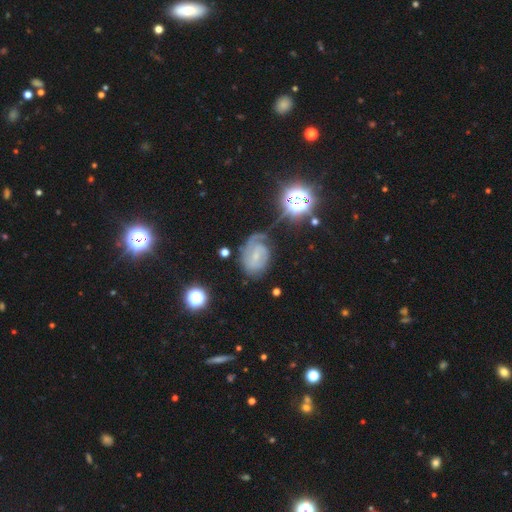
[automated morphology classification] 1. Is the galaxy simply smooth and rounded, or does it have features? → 72% featured or disk, 16% smooth, 12% star or artifact.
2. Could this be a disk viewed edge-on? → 97% no, 3% yes.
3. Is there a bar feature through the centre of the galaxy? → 51% weak, 34% no, 15% strong.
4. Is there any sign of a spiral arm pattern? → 91% yes, 9% no.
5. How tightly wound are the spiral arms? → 52% tight, 36% medium, 12% loose.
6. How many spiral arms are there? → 41% 2, 25% can't tell, 21% 1, 8% 3, 3% 4, 2% more than 4.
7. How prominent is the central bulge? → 67% small, 19% moderate, 11% none, 1% large, 1% dominant.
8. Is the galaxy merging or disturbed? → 50% none, 26% minor disturbance, 19% major disturbance, 5% merger.